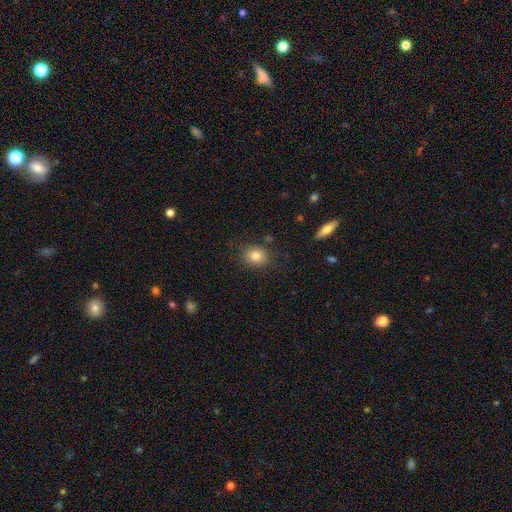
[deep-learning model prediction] Overall: smooth (81%). How rounded: round (61%; in between 38%). Merging: none (83%).